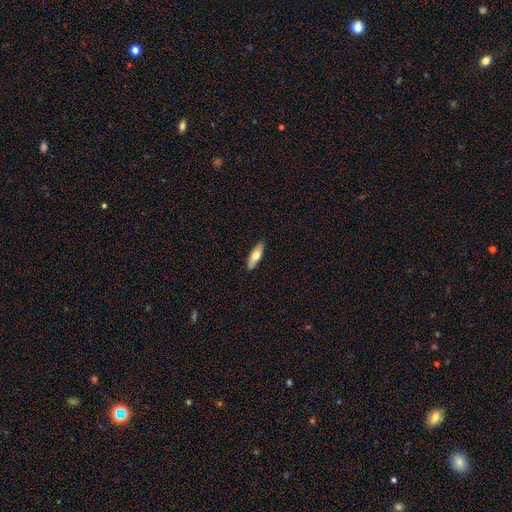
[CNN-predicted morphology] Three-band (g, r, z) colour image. It shows a smooth galaxy with no disk features (59%) that is in between round and cigar-shaped (53%). Merging: none (89%).